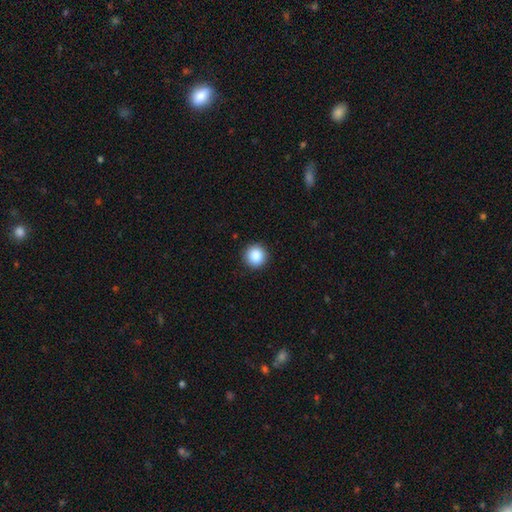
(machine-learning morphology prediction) smooth 88%, star or artifact 9%, featured or disk 3%. Down the decision tree: how rounded — round (95%); merging — none (92%).